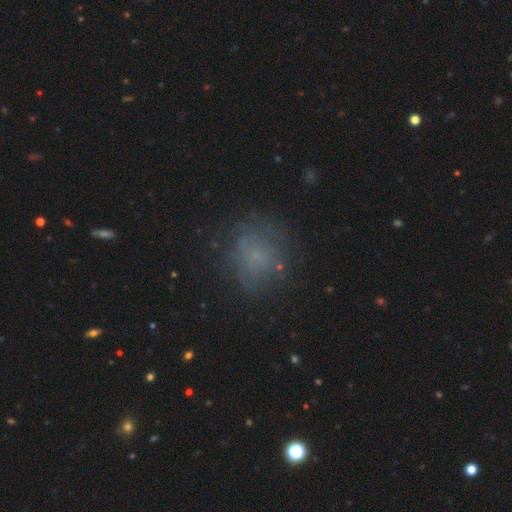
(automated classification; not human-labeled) This is possibly a smooth galaxy (58%). How rounded: likely round (72%). Merging: likely none (71%).